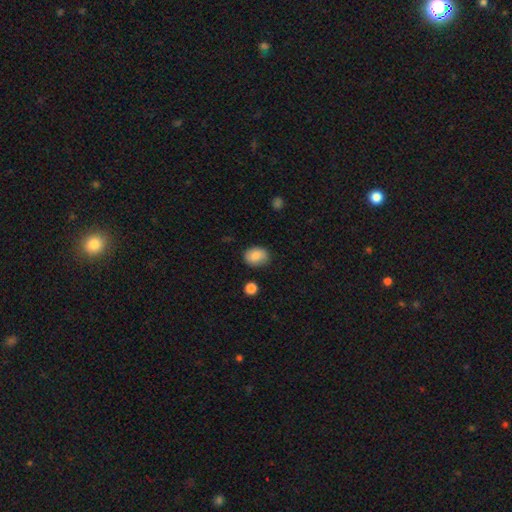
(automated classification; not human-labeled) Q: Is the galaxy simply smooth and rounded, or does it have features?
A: smooth — 85%.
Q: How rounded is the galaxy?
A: in between — 61%.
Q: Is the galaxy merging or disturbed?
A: none — 83%.